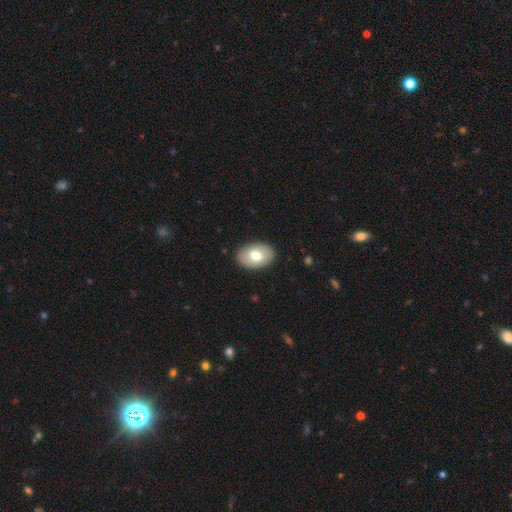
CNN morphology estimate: Smooth or featured?
  - smooth: 73% *
  - featured or disk: 21%
  - star or artifact: 6%
How rounded?
  - in between: 89% *
  - round: 10%
  - cigar-shaped: 1%
Merging?
  - none: 88% *
  - minor disturbance: 9%
  - major disturbance: 2%
  - merger: 1%